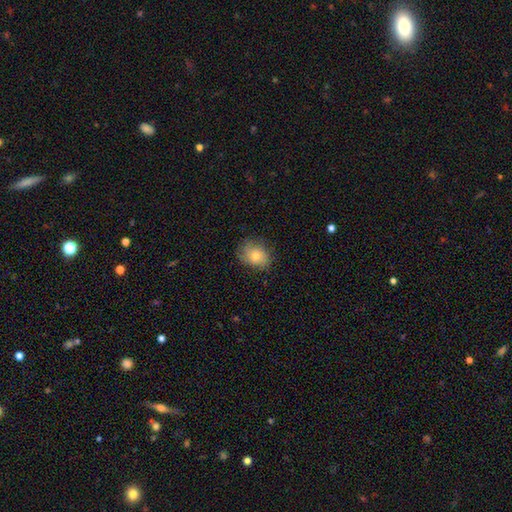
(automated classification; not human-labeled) A smooth galaxy with no disk features (66%) that is in between round and cigar-shaped (54%). Merging: none (75%).